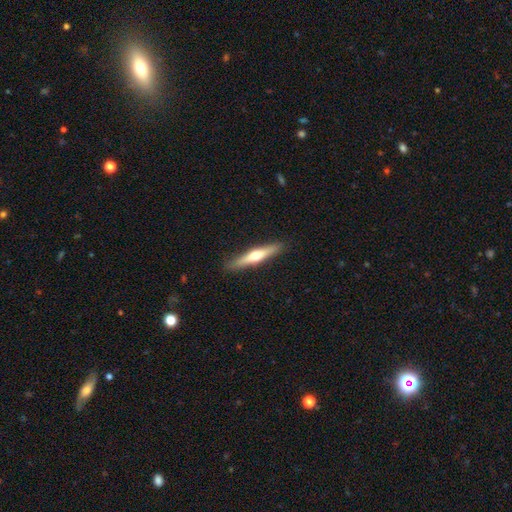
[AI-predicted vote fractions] smooth_or_featured: featured or disk (p=0.54) [alt: smooth p=0.41]
disk_edge_on: yes (p=0.95) [alt: no p=0.05]
edge_on_bulge: rounded (p=0.89) [alt: none p=0.07]
merging: none (p=0.89) [alt: minor disturbance p=0.08]